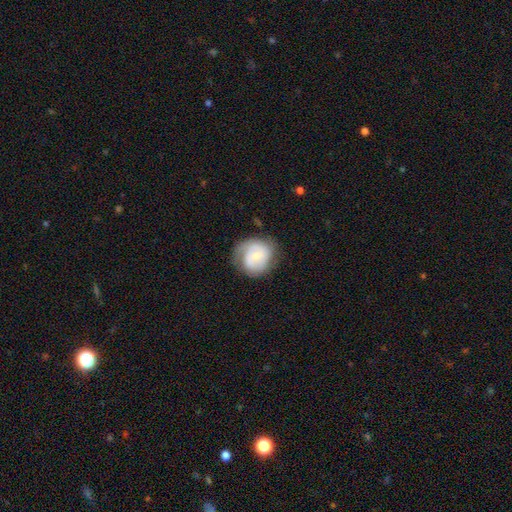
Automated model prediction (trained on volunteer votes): Morphology: type=featured or disk (56%); edge-on=no (98%); bar=no (63%); spiral arms=yes (82%); bulge=small (61%); merging=none (58%).